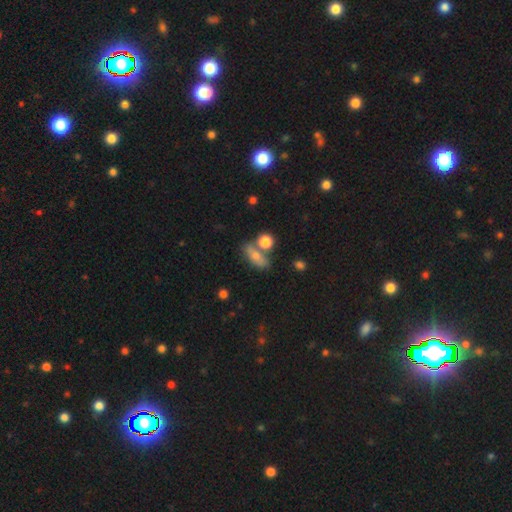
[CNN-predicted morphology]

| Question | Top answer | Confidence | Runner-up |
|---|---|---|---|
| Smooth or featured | smooth | 67% | featured or disk (23%) |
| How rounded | in between | 59% | cigar-shaped (27%) |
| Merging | none | 56% | merger (24%) |